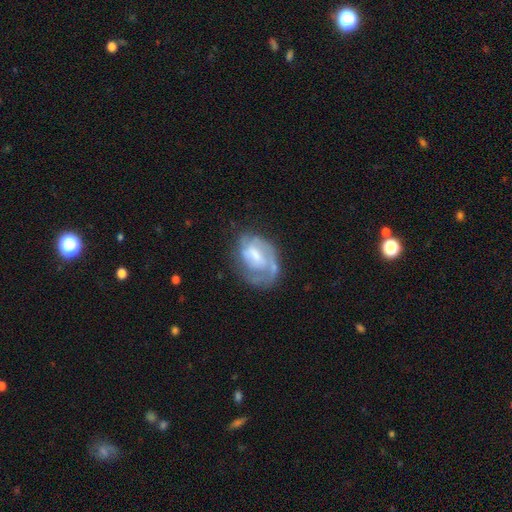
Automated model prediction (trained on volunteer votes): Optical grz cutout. It shows a featured or disk galaxy (70%) with a weak bar (48%), 1 (38%) tight (50%) spiral arms (77%) and a moderate central bulge (38%). Merging: none (47%).